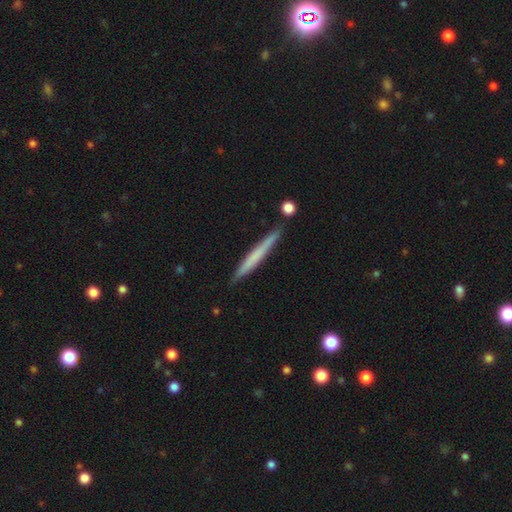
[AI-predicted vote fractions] This appears to be a smooth galaxy with no disk features (58%) that is cigar-shaped (97%). Merging: none (87%).